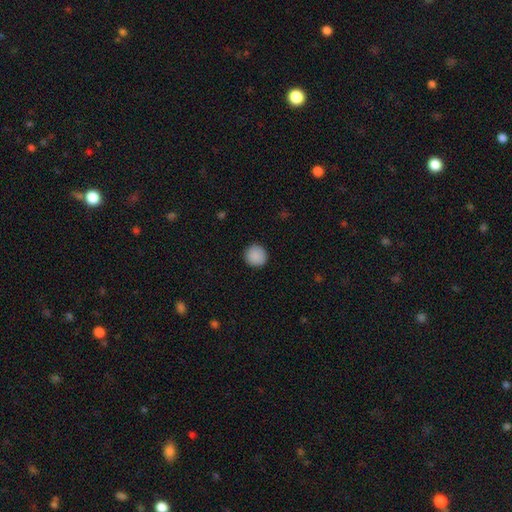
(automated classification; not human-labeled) A smooth galaxy with no disk features (89%) that is round (95%). Merging: none (92%).